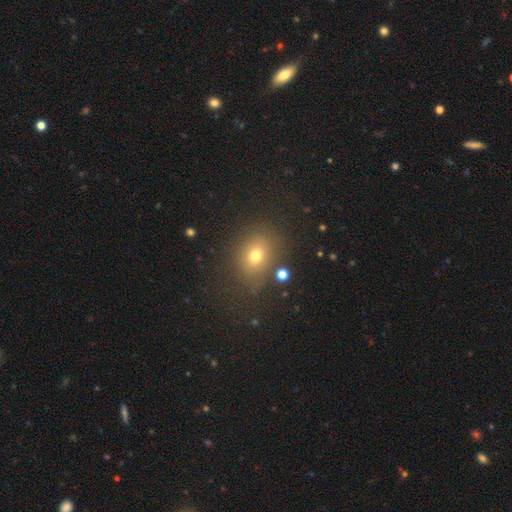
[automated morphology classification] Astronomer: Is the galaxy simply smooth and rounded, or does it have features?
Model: smooth — 69%.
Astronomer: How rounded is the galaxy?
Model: in between — 50% (runner-up: round, 49%).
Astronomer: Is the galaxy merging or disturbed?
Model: none — 77%.